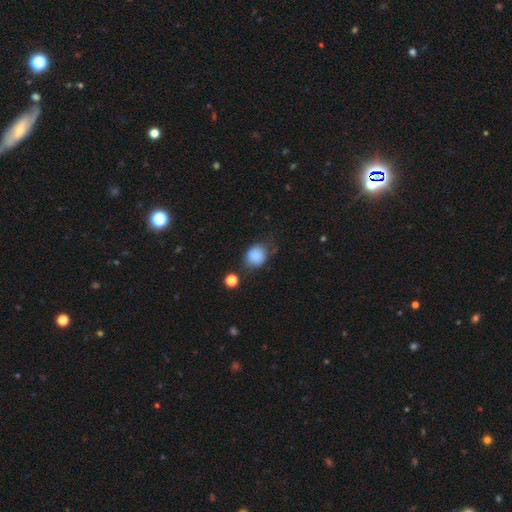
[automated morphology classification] smooth-or-featured: smooth: 85% | star or artifact: 9% | featured or disk: 6%
  how-rounded: round: 70% | in between: 28% | cigar-shaped: 1%
  merging: none: 62% | minor disturbance: 24% | major disturbance: 9% | merger: 5%